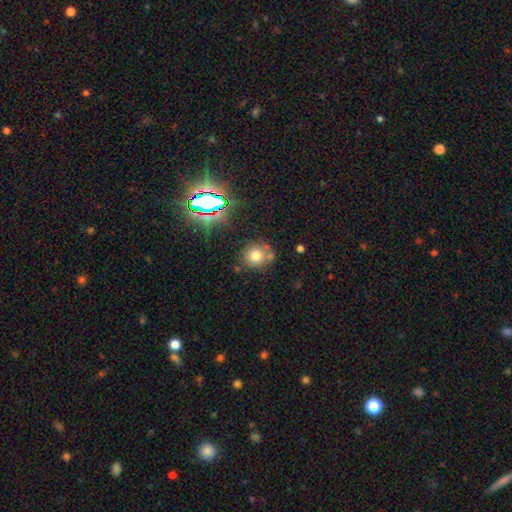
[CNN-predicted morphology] A smooth galaxy with no disk features (73%) that is round (85%).

Vote fractions:
- Smooth or featured? smooth: 73% / star or artifact: 17% / featured or disk: 11%
- How rounded? round: 85% / in between: 14% / cigar-shaped: 1%
- Merging? none: 68% / minor disturbance: 14% / merger: 13% / major disturbance: 4%